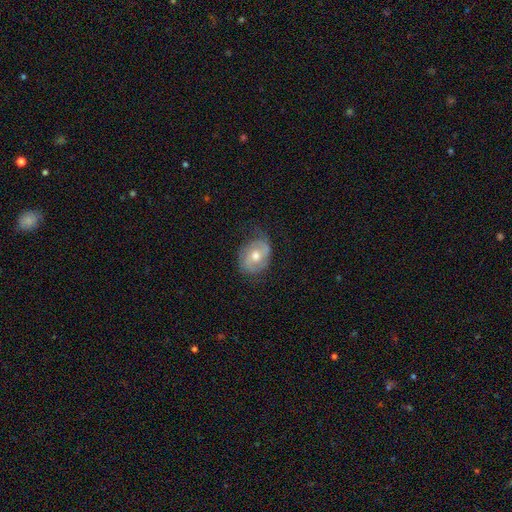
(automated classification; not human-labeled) smooth-or-featured: featured or disk: 64% | smooth: 29% | star or artifact: 7%
  disk-edge-on: no: 96% | yes: 4%
    bar: no: 57% | weak: 34% | strong: 9%
    has-spiral-arms: yes: 80% | no: 20%
    bulge-size: moderate: 77% | small: 14% | large: 8% | none: 1% | dominant: 1%
  merging: none: 68% | minor disturbance: 23% | major disturbance: 8% | merger: 1%